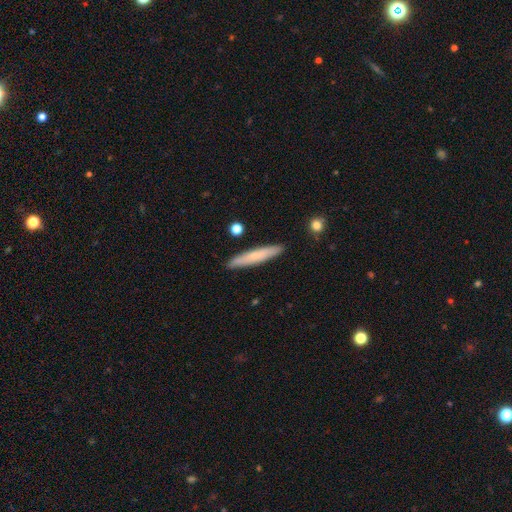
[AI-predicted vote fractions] Smooth or featured? smooth (63%)
How rounded? cigar-shaped (92%)
Merging? none (89%)